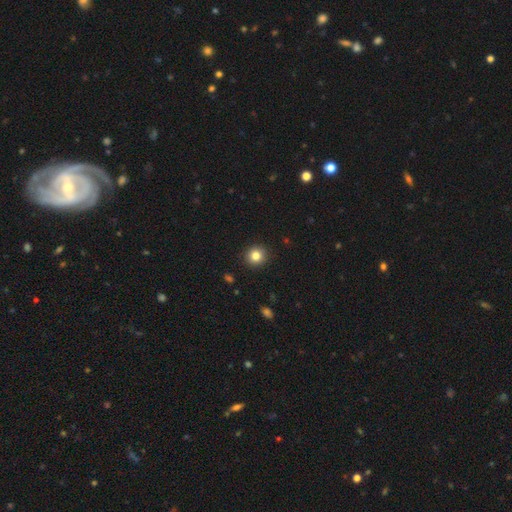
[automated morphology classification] Smooth or featured? smooth (83%)
How rounded? round (92%)
Merging? none (92%)